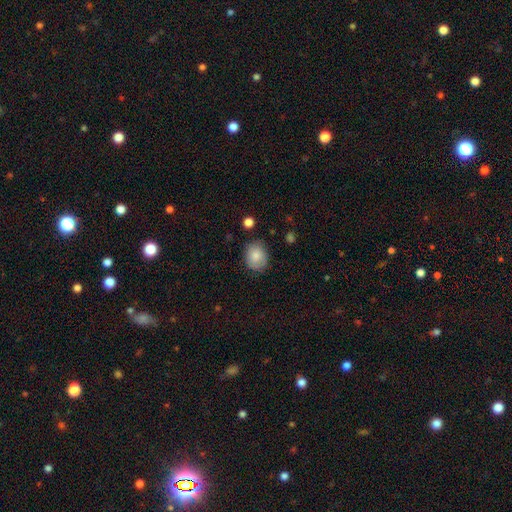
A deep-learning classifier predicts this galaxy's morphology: Smooth or featured? Predicted: smooth (p=0.79). How rounded? Predicted: round (p=0.54). Merging? Predicted: none (p=0.74).